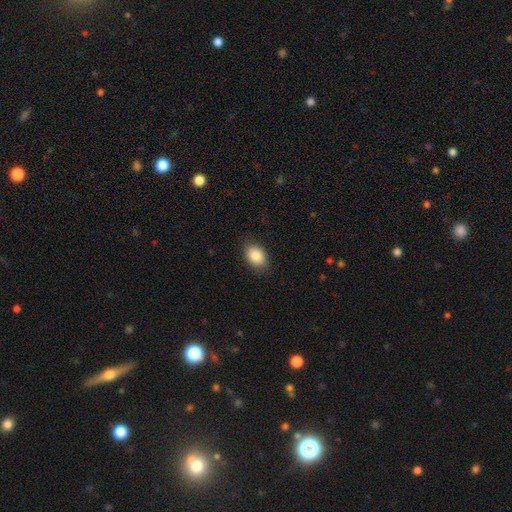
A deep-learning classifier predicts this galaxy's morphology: smooth_or_featured: smooth (p=0.87) [alt: star or artifact p=0.07]
how_rounded: in between (p=0.82) [alt: round p=0.17]
merging: none (p=0.85) [alt: minor disturbance p=0.12]